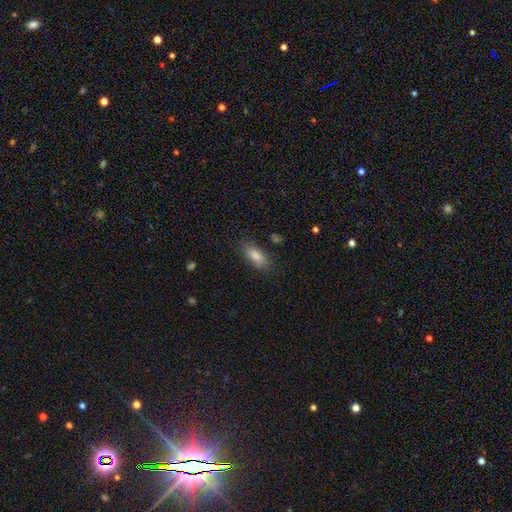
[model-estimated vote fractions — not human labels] smooth_or_featured: smooth (p=0.79) [alt: star or artifact p=0.10]
how_rounded: in between (p=0.80) [alt: cigar-shaped p=0.16]
merging: none (p=0.83) [alt: minor disturbance p=0.12]